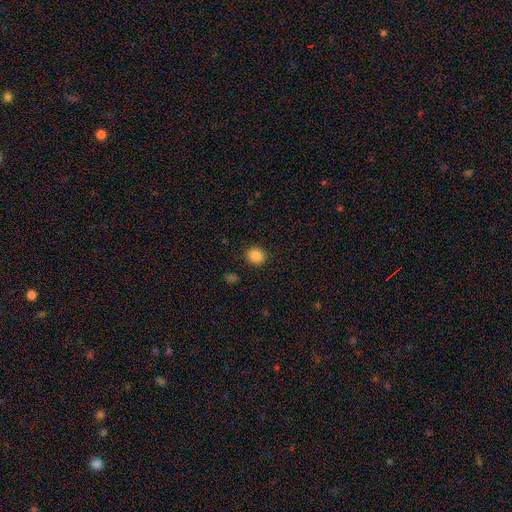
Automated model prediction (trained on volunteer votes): Q: Smooth or featured?
A: smooth (87%); runner-up: star or artifact (10%)
Q: How rounded?
A: round (74%); runner-up: in between (25%)
Q: Merging?
A: none (90%); runner-up: minor disturbance (7%)